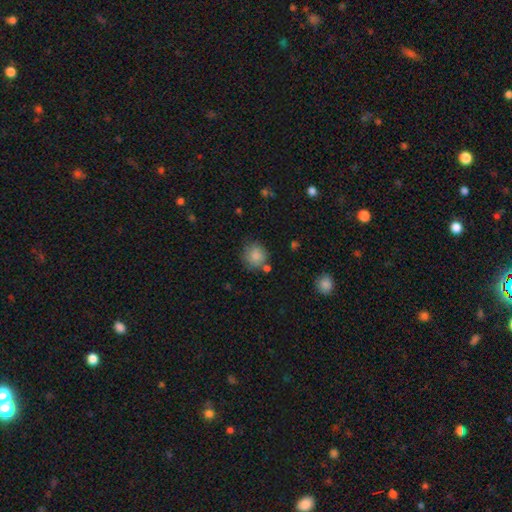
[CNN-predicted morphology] smooth-or-featured: smooth: 84% | star or artifact: 8% | featured or disk: 8%
  how-rounded: round: 85% | in between: 14% | cigar-shaped: 1%
  merging: none: 67% | minor disturbance: 18% | merger: 9% | major disturbance: 6%